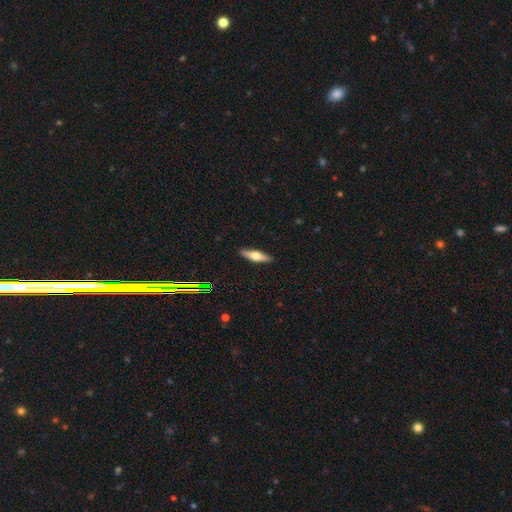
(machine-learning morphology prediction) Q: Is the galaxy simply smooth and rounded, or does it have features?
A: smooth — 47%.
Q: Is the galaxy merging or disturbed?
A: none — 90%.